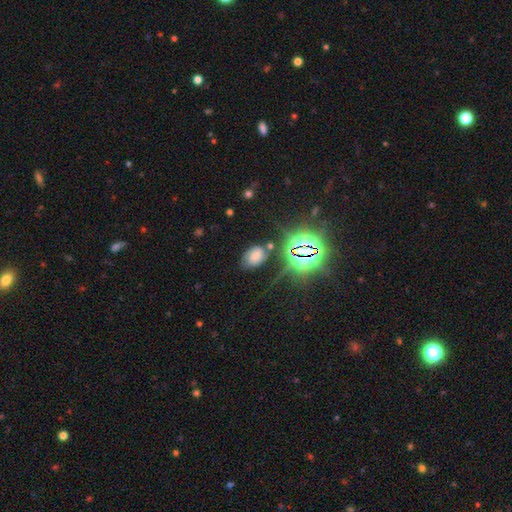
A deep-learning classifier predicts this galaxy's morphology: The model was most divided on "smooth or featured": smooth: 43%, star or artifact: 31%, featured or disk: 26%. More confident: merging — none (68%).